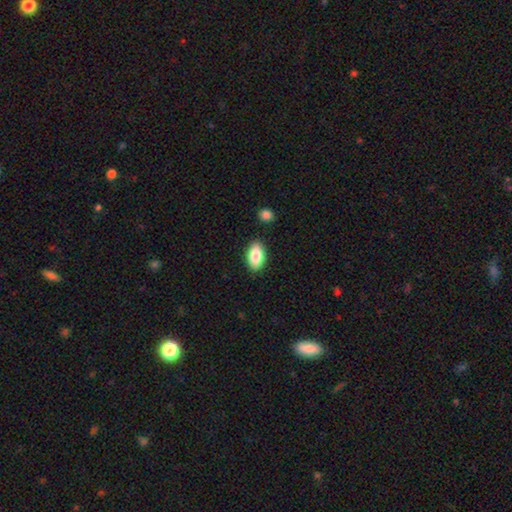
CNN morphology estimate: Smooth or featured: smooth — 85% (featured or disk — 9%)
How rounded: in between — 92% (cigar-shaped — 4%)
Merging: none — 87% (minor disturbance — 9%)